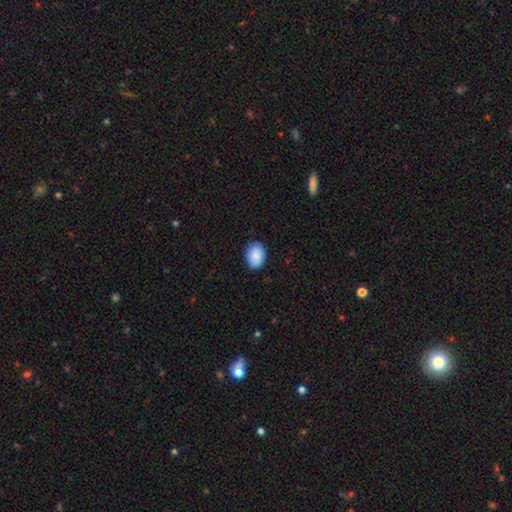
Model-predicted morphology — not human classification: smooth_or_featured: smooth (p=0.89) [alt: star or artifact p=0.06]
how_rounded: in between (p=0.75) [alt: round p=0.24]
merging: none (p=0.83) [alt: minor disturbance p=0.14]